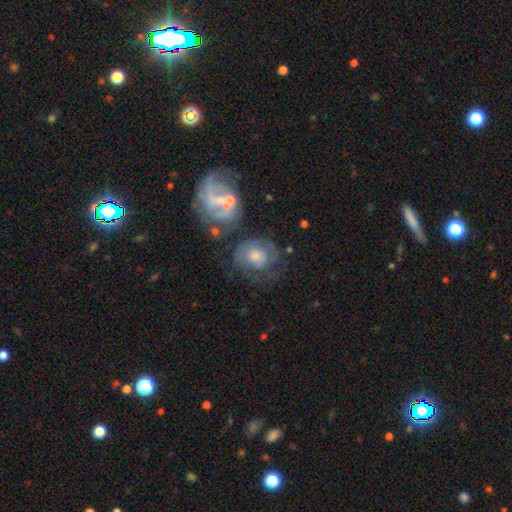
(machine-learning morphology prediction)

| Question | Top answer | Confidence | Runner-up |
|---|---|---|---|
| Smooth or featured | featured or disk | 58% | smooth (31%) |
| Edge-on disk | no | 96% | yes (4%) |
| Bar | no | 73% | weak (21%) |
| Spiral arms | yes | 70% | no (30%) |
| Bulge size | moderate | 51% | small (33%) |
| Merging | none | 51% | minor disturbance (19%) |